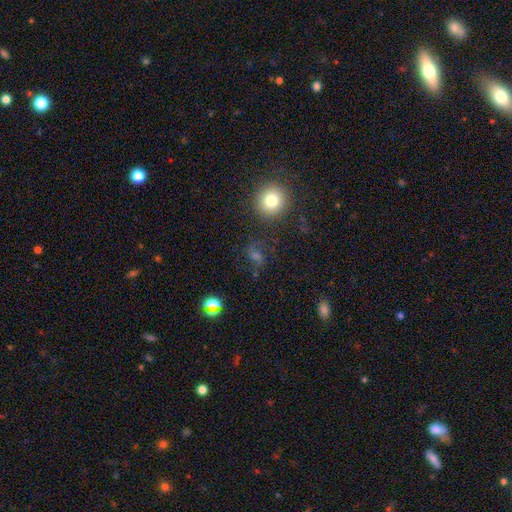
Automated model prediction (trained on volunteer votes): Smooth or featured?
  - smooth: 36% *
  - featured or disk: 33%
  - star or artifact: 30%
Merging?
  - none: 70% *
  - minor disturbance: 14%
  - major disturbance: 12%
  - merger: 4%